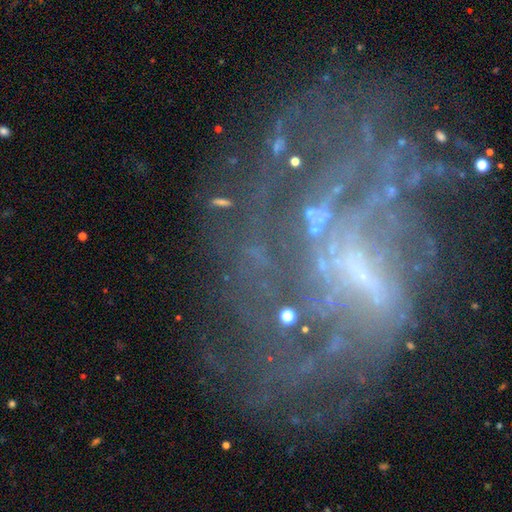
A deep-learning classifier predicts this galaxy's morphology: Overall: featured or disk (54%; star or artifact 31%). Edge-on disk: no (94%). Bar: no (51%; weak 27%). Spiral arms: yes (80%). Bulge size: small (56%; none 19%). Merging: none (60%).